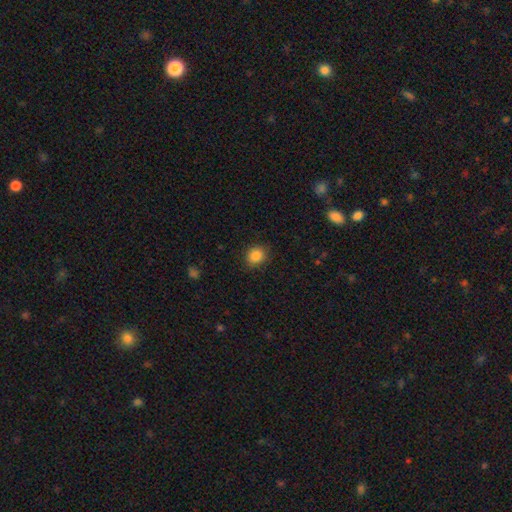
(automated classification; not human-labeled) This is clearly a smooth galaxy (86%). How rounded: likely round (69%). Merging: clearly none (87%).